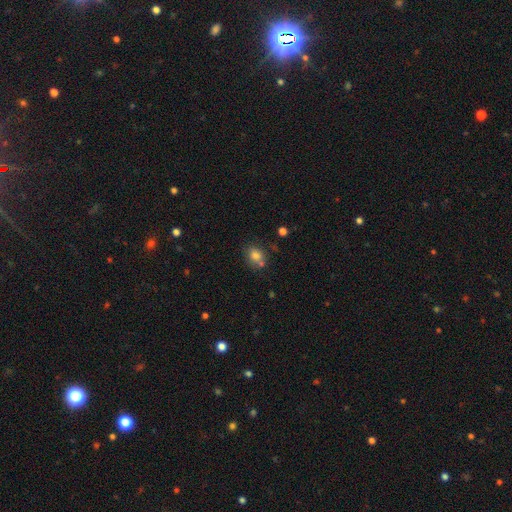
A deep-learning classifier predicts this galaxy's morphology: Overall: smooth (79%). How rounded: round (55%; in between 44%). Merging: none (60%).